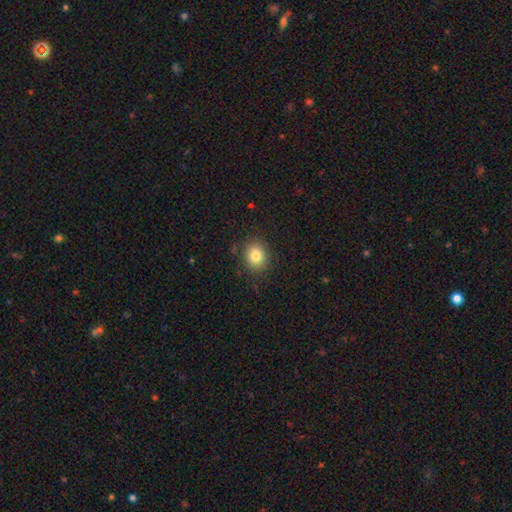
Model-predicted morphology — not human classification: smooth-or-featured: smooth: 82% | star or artifact: 11% | featured or disk: 7%
  how-rounded: round: 70% | in between: 29% | cigar-shaped: 1%
  merging: none: 87% | minor disturbance: 9% | major disturbance: 3% | merger: 1%